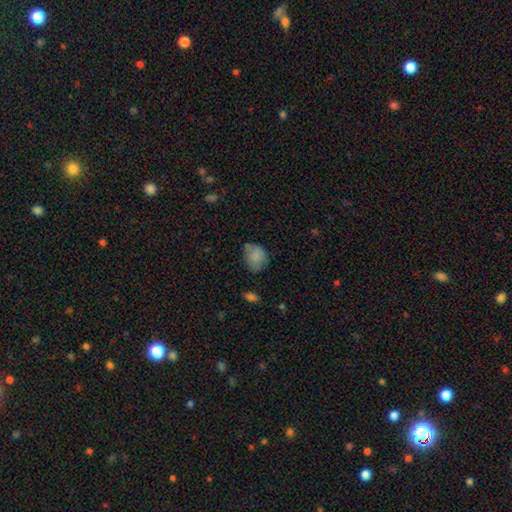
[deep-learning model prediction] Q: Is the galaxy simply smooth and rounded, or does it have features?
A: smooth — 79%.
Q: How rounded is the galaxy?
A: round — 51%.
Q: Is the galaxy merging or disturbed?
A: none — 58%.